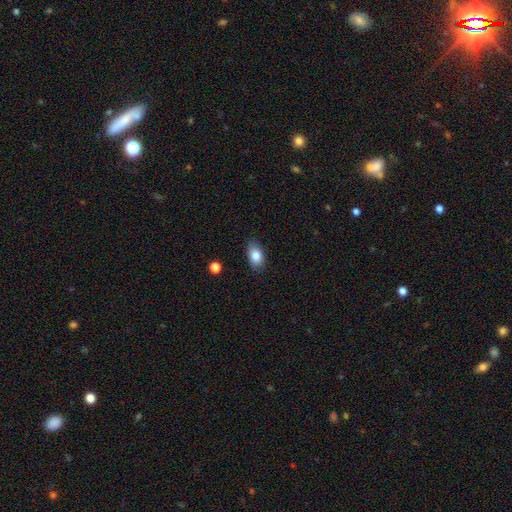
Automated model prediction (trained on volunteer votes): smooth_or_featured: smooth (p=0.84) [alt: featured or disk p=0.08]
how_rounded: in between (p=0.88) [alt: round p=0.10]
merging: none (p=0.83) [alt: minor disturbance p=0.13]